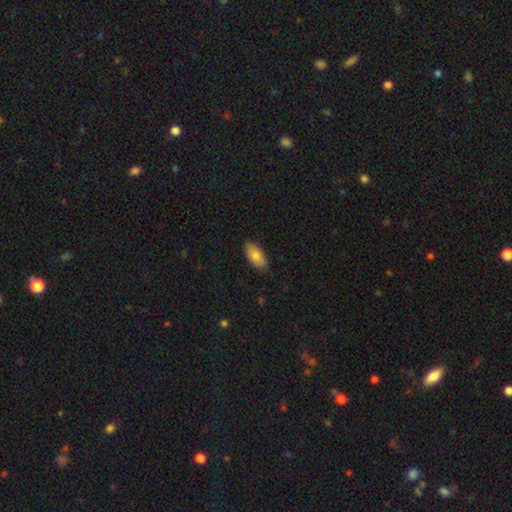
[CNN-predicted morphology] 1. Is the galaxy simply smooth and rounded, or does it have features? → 82% smooth, 12% featured or disk, 6% star or artifact.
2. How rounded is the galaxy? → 90% in between, 8% cigar-shaped, 2% round.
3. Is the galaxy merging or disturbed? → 85% none, 12% minor disturbance, 2% major disturbance, 1% merger.